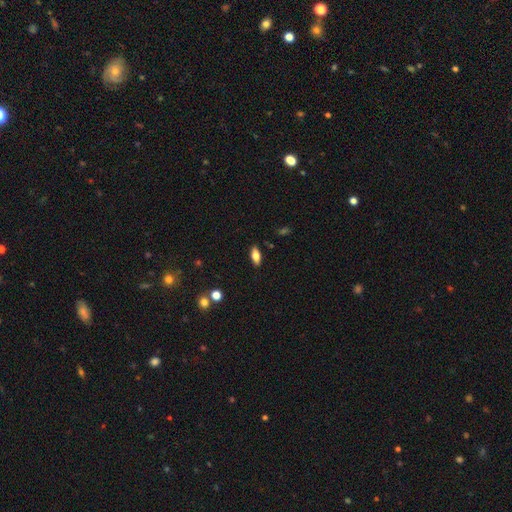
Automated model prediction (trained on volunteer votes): Smooth or featured: smooth — 76% (featured or disk — 16%)
How rounded: in between — 84% (cigar-shaped — 13%)
Merging: none — 88% (minor disturbance — 9%)